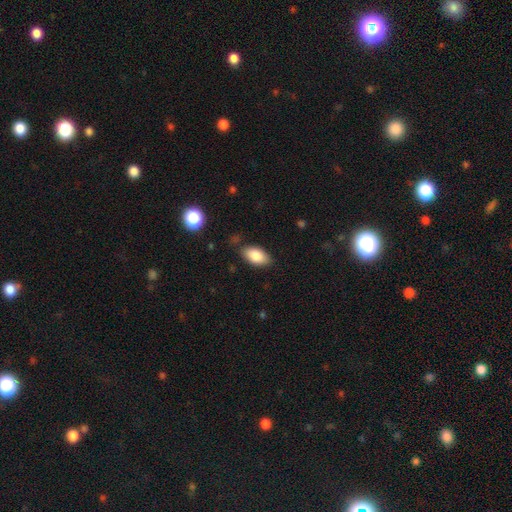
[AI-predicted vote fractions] A smooth galaxy with no disk features (85%) that is in between round and cigar-shaped (93%). Merging: none (81%).